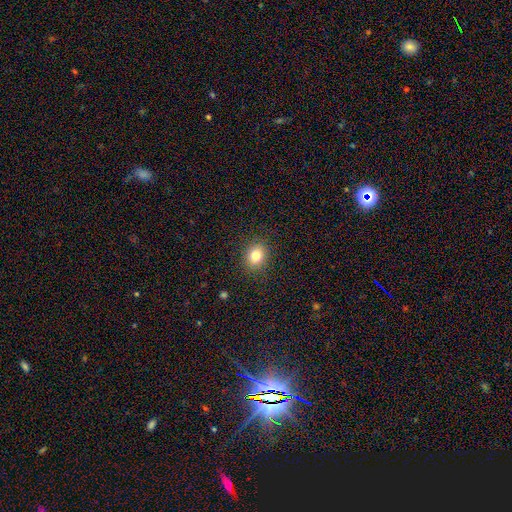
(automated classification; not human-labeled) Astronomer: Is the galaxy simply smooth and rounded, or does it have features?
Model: smooth — 80%.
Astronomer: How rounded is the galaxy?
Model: round — 59% (runner-up: in between, 40%).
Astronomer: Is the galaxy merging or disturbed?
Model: none — 89%.